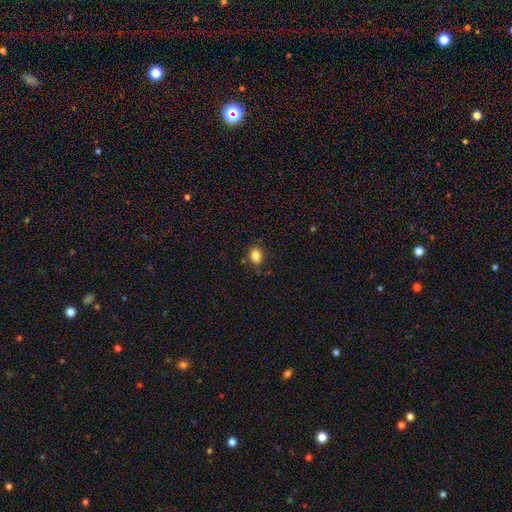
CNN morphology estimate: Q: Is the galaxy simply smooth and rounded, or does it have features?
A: smooth — 84%.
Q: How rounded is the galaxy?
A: in between — 75%.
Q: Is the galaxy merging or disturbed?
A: none — 77%.